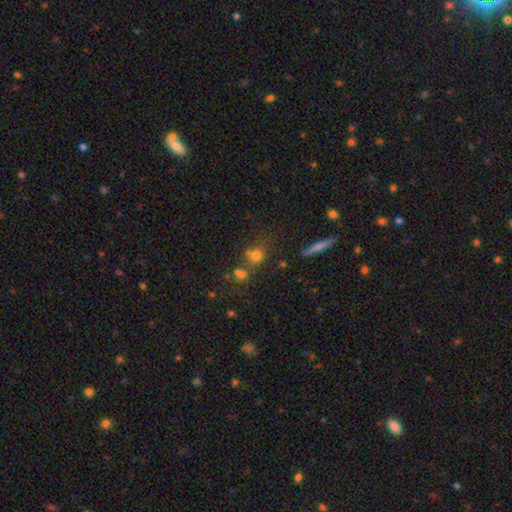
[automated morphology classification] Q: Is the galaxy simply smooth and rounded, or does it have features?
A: smooth — 66%.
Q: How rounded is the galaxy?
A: round — 71%.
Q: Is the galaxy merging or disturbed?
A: none — 55%.